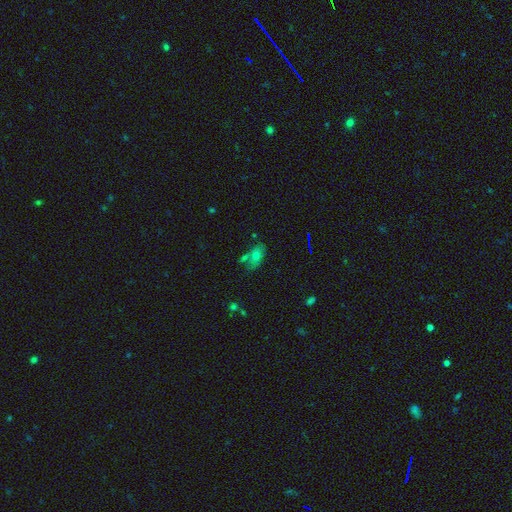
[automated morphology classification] type=smooth (58%); roundness=in between (81%); merging=none (58%).